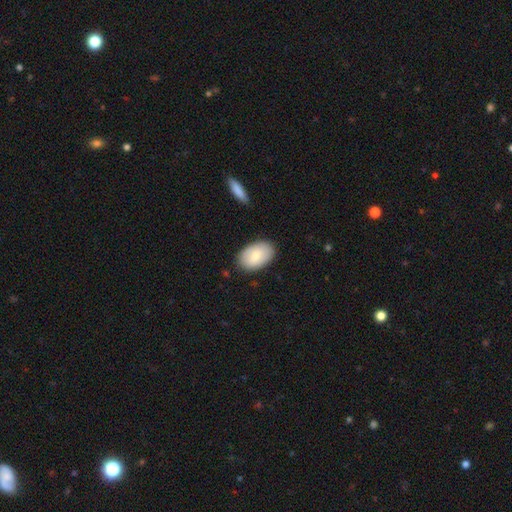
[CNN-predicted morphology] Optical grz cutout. It shows a smooth galaxy with no disk features (78%) that is in between round and cigar-shaped (92%). Merging: none (84%).